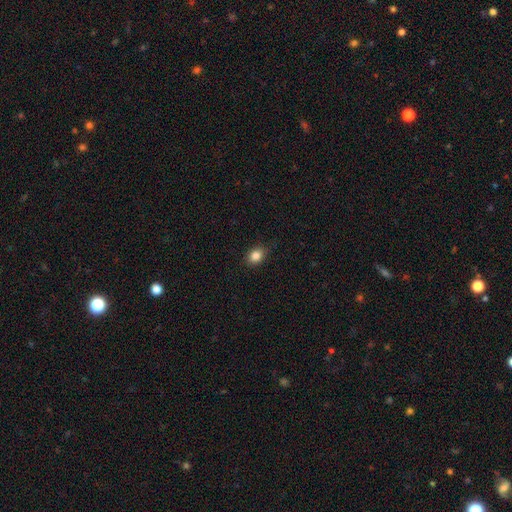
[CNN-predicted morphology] Smooth or featured? smooth (85%)
How rounded? in between (60%)
Merging? none (83%)